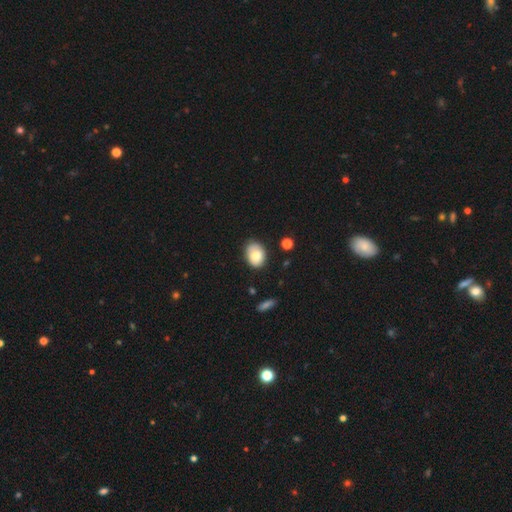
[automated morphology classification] A smooth galaxy with no disk features (79%) that is in between round and cigar-shaped (71%). Merging: none (71%).